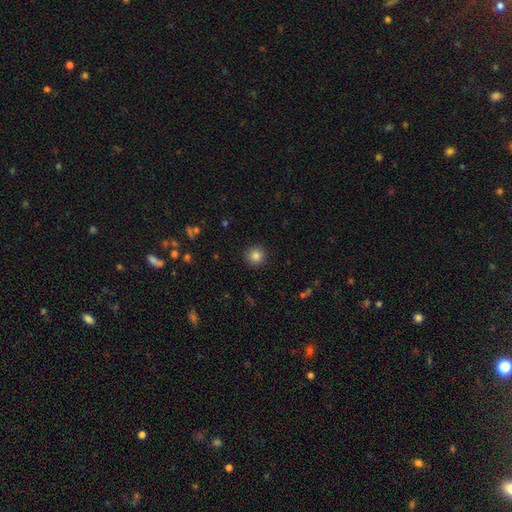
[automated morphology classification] The model was most divided on "smooth or featured": smooth: 84%, star or artifact: 11%, featured or disk: 5%. More confident: how rounded — round (94%); merging — none (91%).